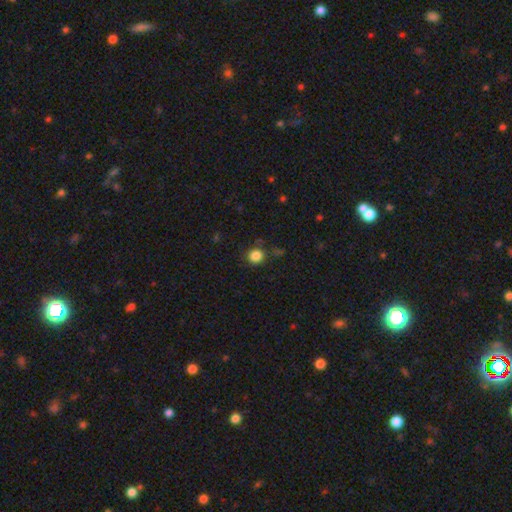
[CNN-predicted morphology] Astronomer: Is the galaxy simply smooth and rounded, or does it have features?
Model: smooth — 84%.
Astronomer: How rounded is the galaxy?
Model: round — 89%.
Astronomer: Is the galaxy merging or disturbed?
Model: none — 83%.